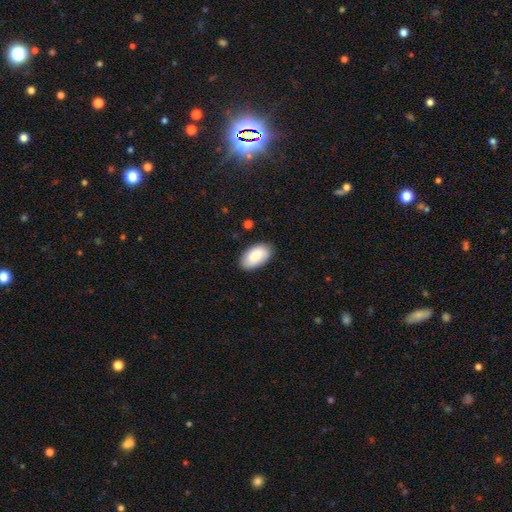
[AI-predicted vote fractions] smooth-or-featured: smooth: 85% | featured or disk: 9% | star or artifact: 6%
  how-rounded: in between: 95% | round: 3% | cigar-shaped: 1%
  merging: none: 84% | minor disturbance: 12% | major disturbance: 3% | merger: 1%